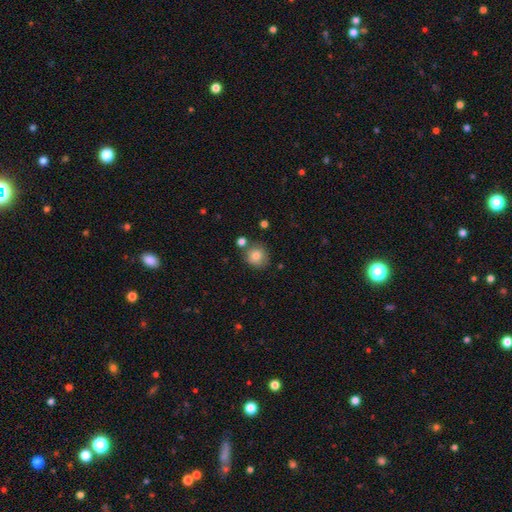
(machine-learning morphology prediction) A smooth galaxy with no disk features (82%) that is round (87%).

Vote fractions:
- Smooth or featured? smooth: 82% / star or artifact: 10% / featured or disk: 8%
- How rounded? round: 87% / in between: 12% / cigar-shaped: 1%
- Merging? none: 73% / minor disturbance: 14% / merger: 10% / major disturbance: 4%